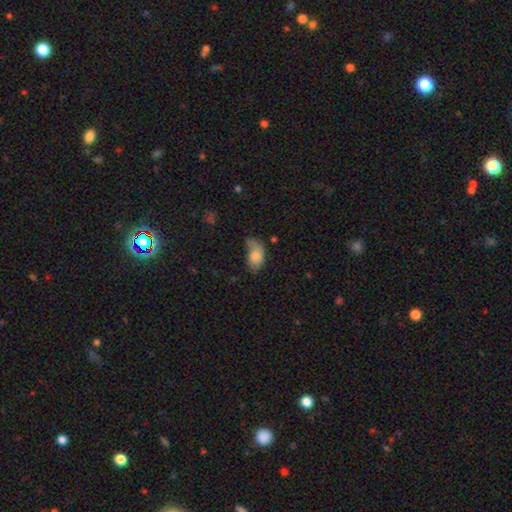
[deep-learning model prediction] Smooth or featured: smooth — 75% (featured or disk — 17%)
How rounded: in between — 90% (round — 8%)
Merging: none — 38% (minor disturbance — 34%)